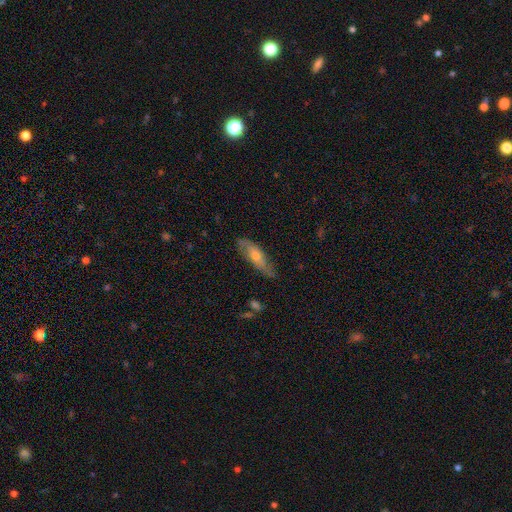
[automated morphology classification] A featured or disk galaxy (48%). Merging: none (76%).